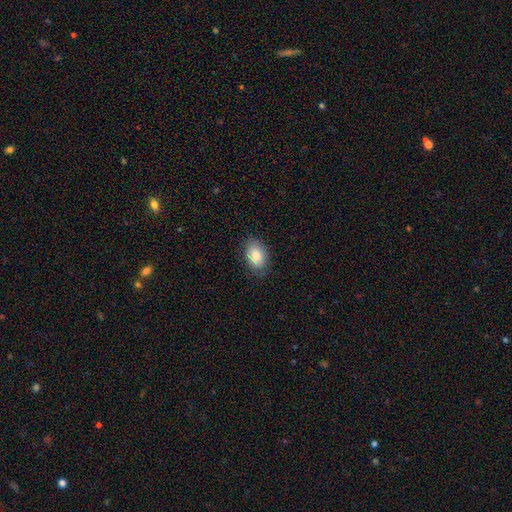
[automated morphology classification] A smooth galaxy with no disk features (82%) that is in between round and cigar-shaped (85%).

Vote fractions:
- Smooth or featured? smooth: 82% / featured or disk: 11% / star or artifact: 7%
- How rounded? in between: 85% / round: 14% / cigar-shaped: 1%
- Merging? none: 81% / minor disturbance: 15% / major disturbance: 3% / merger: 1%